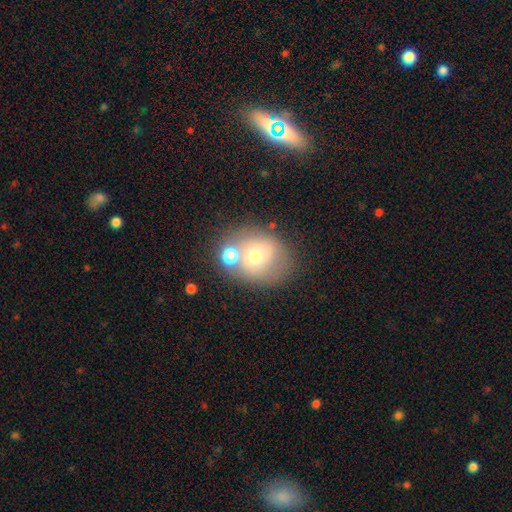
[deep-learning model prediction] Overall: smooth (55%; featured or disk 33%). How rounded: round (60%; in between 39%). Merging: none (54%; merger 23%).